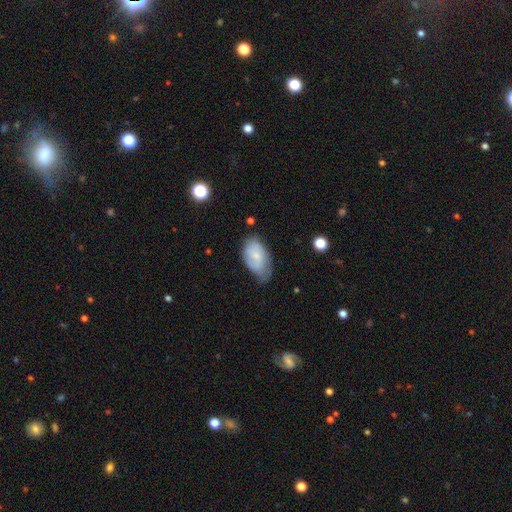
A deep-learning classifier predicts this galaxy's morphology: Smooth or featured? Predicted: smooth (p=0.57). How rounded? Predicted: in between (p=0.93). Merging? Predicted: none (p=0.46).